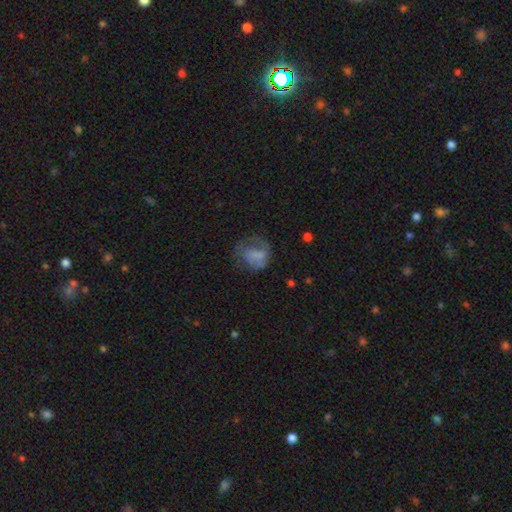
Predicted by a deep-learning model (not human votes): This appears to be a smooth galaxy with no disk features (53%) that is round (55%). Merging: none (37%).